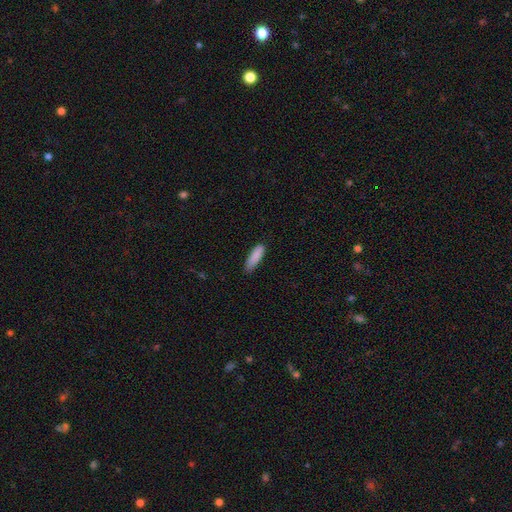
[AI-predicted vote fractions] Smooth or featured: smooth — 87% (star or artifact — 6%)
How rounded: cigar-shaped — 58% (in between — 40%)
Merging: none — 75% (minor disturbance — 21%)